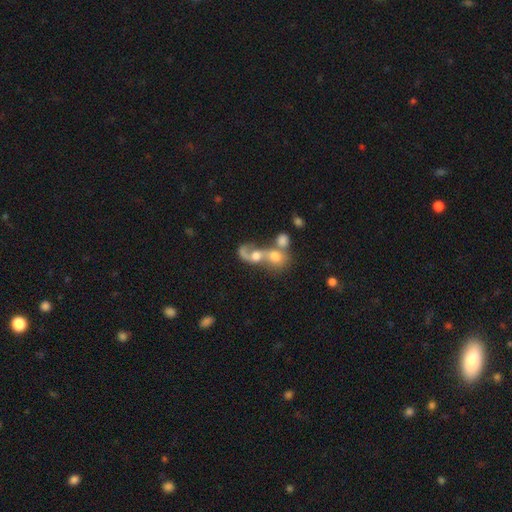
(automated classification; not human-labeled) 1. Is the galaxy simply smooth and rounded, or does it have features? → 46% featured or disk, 43% smooth, 12% star or artifact.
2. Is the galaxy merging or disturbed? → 75% merger, 10% major disturbance, 10% none, 5% minor disturbance.